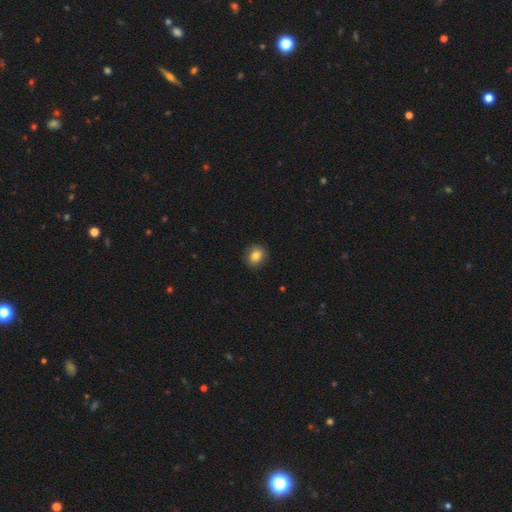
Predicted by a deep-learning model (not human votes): This is clearly a smooth galaxy (83%). How rounded: likely round (64%). Merging: clearly none (88%).